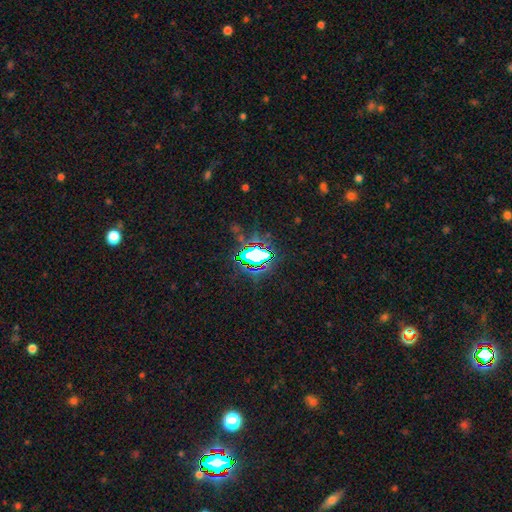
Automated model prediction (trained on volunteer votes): smooth_or_featured: star or artifact (p=0.67) [alt: smooth p=0.20]